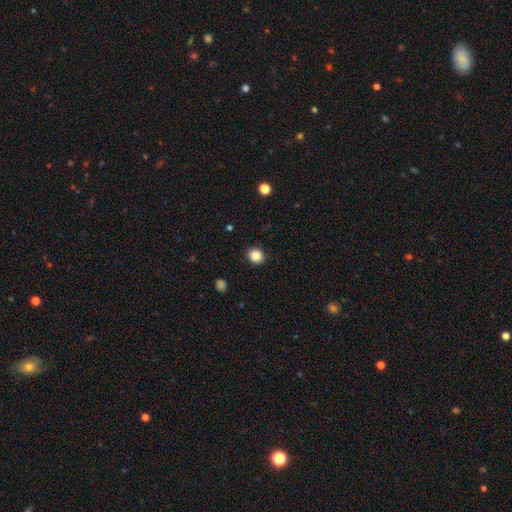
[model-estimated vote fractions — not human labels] smooth-or-featured: smooth: 87% | star or artifact: 10% | featured or disk: 3%
  how-rounded: round: 72% | in between: 27% | cigar-shaped: 1%
  merging: none: 90% | minor disturbance: 7% | major disturbance: 2% | merger: 1%